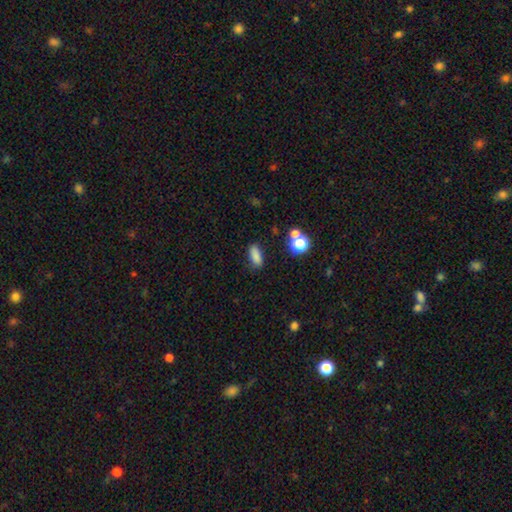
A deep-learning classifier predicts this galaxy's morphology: smooth_or_featured: smooth (p=0.83) [alt: star or artifact p=0.12]
how_rounded: in between (p=0.75) [alt: cigar-shaped p=0.18]
merging: none (p=0.81) [alt: minor disturbance p=0.11]